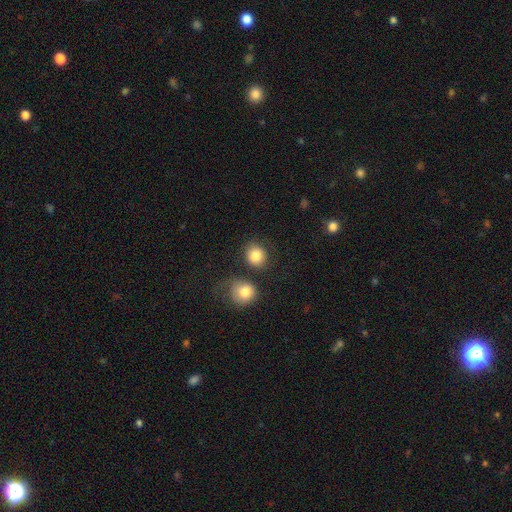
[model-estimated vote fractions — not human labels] The model was most divided on "merging": none: 72%, merger: 12%, minor disturbance: 11%, major disturbance: 5%. More confident: smooth or featured — smooth (84%); how rounded — round (80%).